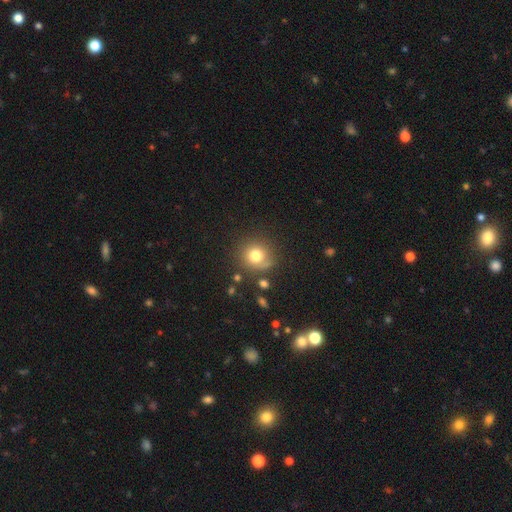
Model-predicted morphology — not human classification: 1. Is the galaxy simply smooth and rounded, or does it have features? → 76% smooth, 13% star or artifact, 11% featured or disk.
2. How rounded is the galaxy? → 89% round, 11% in between, 1% cigar-shaped.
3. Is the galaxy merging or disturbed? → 72% none, 16% minor disturbance, 7% major disturbance, 6% merger.